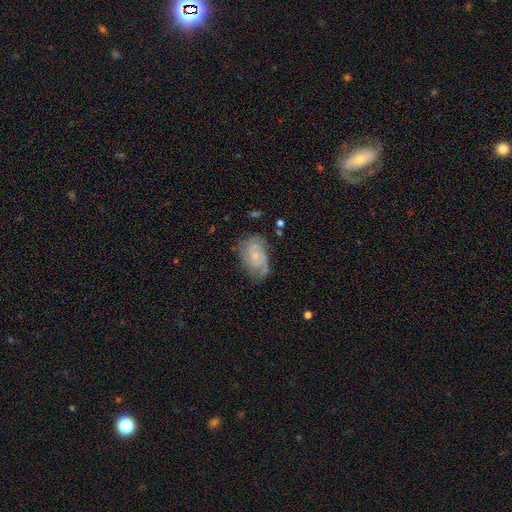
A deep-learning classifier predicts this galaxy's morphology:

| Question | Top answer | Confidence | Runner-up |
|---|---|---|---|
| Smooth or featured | featured or disk | 80% | smooth (14%) |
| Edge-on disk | no | 97% | yes (3%) |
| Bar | no | 65% | weak (30%) |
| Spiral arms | yes | 95% | no (5%) |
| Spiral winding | tight | 55% | medium (36%) |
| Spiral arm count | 2 | 50% | can't tell (20%) |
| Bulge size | small | 67% | moderate (25%) |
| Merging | none | 65% | minor disturbance (23%) |